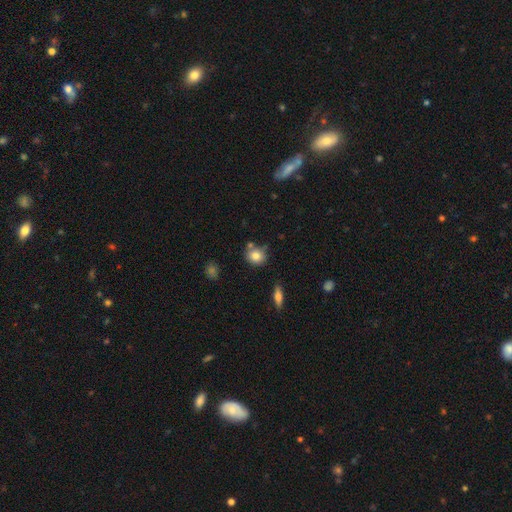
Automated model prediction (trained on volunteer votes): smooth-or-featured: smooth: 81% | featured or disk: 10% | star or artifact: 9%
  how-rounded: round: 76% | in between: 23% | cigar-shaped: 1%
  merging: none: 68% | minor disturbance: 15% | merger: 14% | major disturbance: 3%